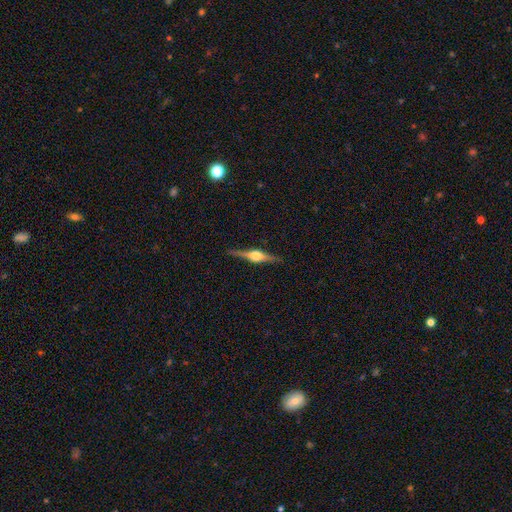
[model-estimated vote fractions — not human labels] A featured or disk galaxy (82%) viewed edge-on (98%) with a rounded central bulge (94%). Merging: none (90%).